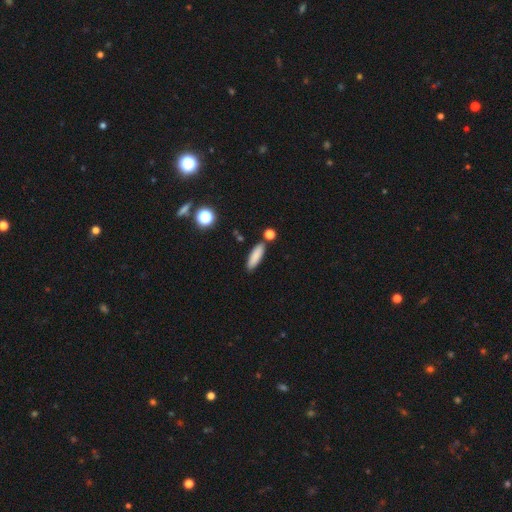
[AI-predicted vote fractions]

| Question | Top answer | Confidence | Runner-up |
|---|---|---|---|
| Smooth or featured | smooth | 85% | star or artifact (8%) |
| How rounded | cigar-shaped | 54% | in between (44%) |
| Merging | none | 81% | minor disturbance (10%) |